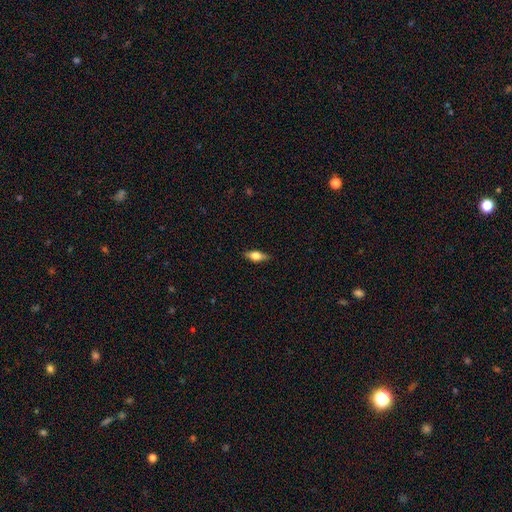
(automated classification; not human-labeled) Smooth or featured: smooth — 61% (featured or disk — 32%)
How rounded: in between — 72% (cigar-shaped — 23%)
Merging: none — 86% (minor disturbance — 11%)